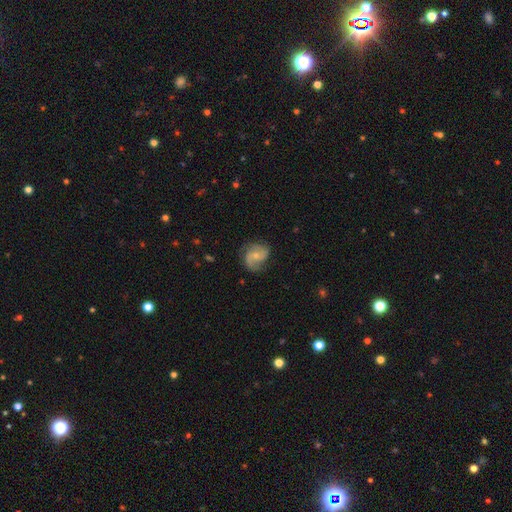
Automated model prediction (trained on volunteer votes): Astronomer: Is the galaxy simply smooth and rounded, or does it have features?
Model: featured or disk — 75%.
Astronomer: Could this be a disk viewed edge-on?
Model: no — 98%.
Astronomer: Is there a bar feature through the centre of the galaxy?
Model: no — 68%.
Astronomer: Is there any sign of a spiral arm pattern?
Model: yes — 95%.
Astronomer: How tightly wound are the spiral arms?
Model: medium — 47% (runner-up: loose, 31%).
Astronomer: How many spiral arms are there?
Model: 2 — 60%.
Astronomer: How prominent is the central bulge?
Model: small — 63%.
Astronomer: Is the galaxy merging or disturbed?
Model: none — 68%.